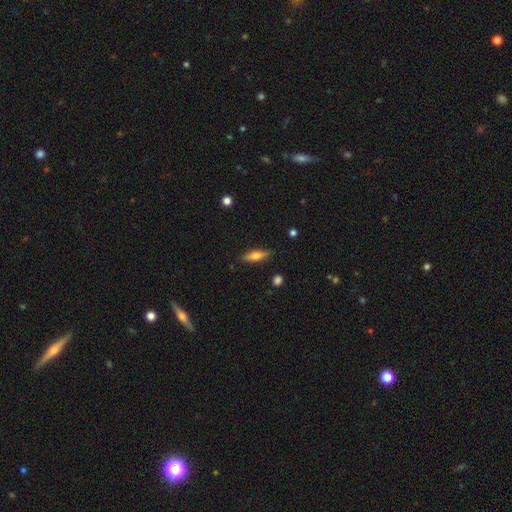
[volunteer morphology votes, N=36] type=smooth (67%); roundness=cigar-shaped (71%); merging=none (92%).